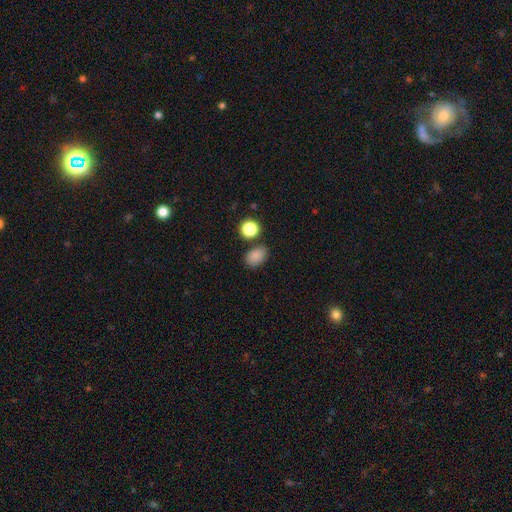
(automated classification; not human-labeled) Morphology: type=smooth (84%); roundness=in between (78%); merging=none (76%).